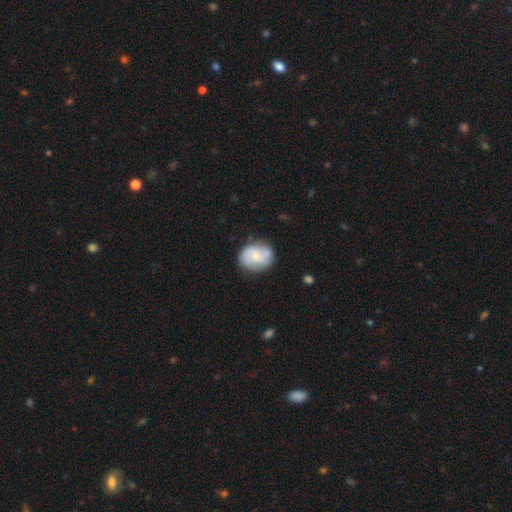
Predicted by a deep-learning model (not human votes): Smooth or featured? Predicted: smooth (p=0.48). Merging? Predicted: none (p=0.75).